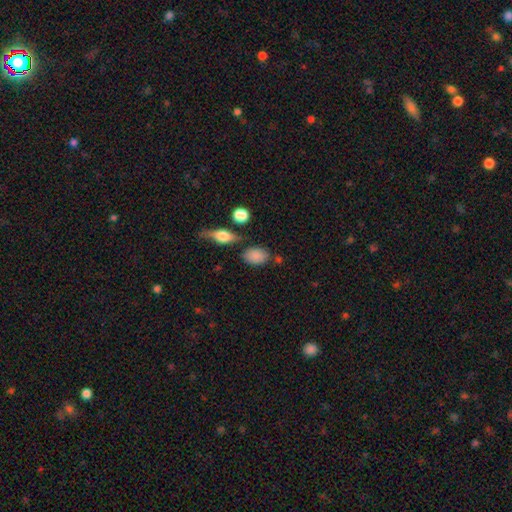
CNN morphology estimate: Q: Smooth or featured?
A: smooth (84%); runner-up: featured or disk (8%)
Q: How rounded?
A: in between (80%); runner-up: round (18%)
Q: Merging?
A: none (68%); runner-up: minor disturbance (18%)